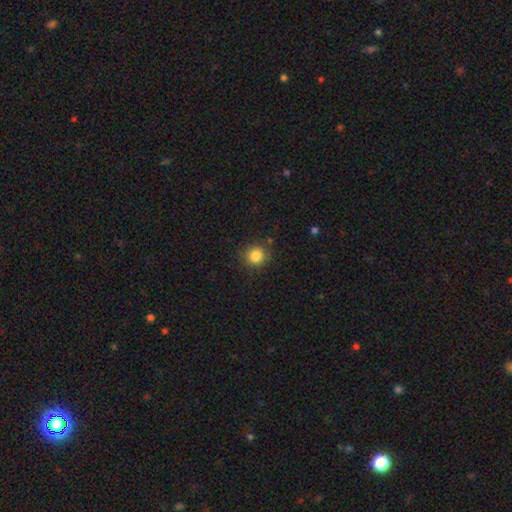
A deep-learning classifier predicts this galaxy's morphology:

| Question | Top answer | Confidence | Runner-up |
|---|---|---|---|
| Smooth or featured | smooth | 84% | star or artifact (11%) |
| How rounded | round | 90% | in between (9%) |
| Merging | none | 87% | minor disturbance (8%) |